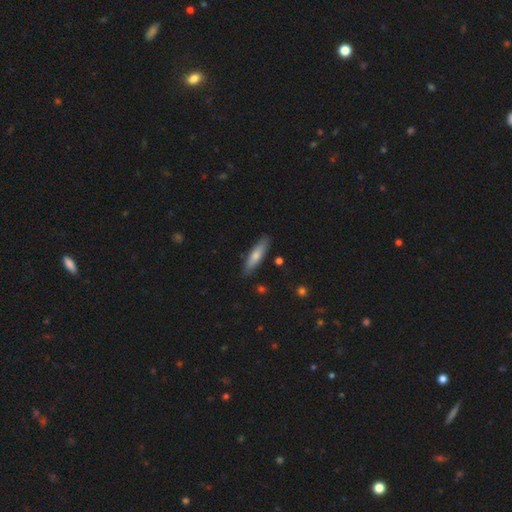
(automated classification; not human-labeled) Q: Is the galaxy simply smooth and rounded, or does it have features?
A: smooth — 68%.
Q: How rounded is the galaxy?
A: cigar-shaped — 71%.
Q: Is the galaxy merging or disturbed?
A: none — 86%.